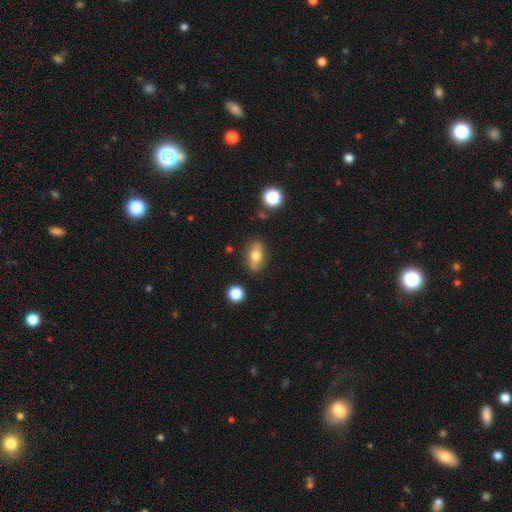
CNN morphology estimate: This is likely a smooth galaxy (63%). How rounded: likely in between (80%). Merging: clearly none (81%).